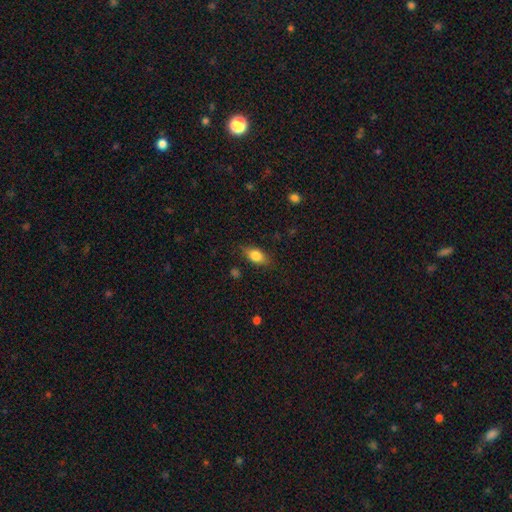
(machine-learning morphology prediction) smooth 78%, featured or disk 14%, star or artifact 8%. Down the decision tree: how rounded — in between (82%); merging — none (80%).